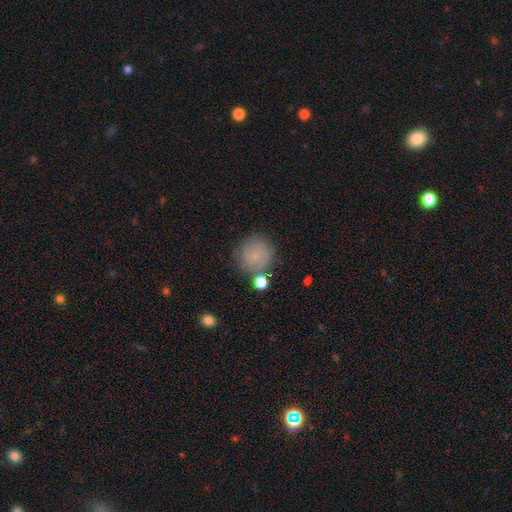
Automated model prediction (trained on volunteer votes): Smooth or featured: smooth — 69% (featured or disk — 20%)
How rounded: round — 91% (in between — 8%)
Merging: none — 71% (minor disturbance — 16%)